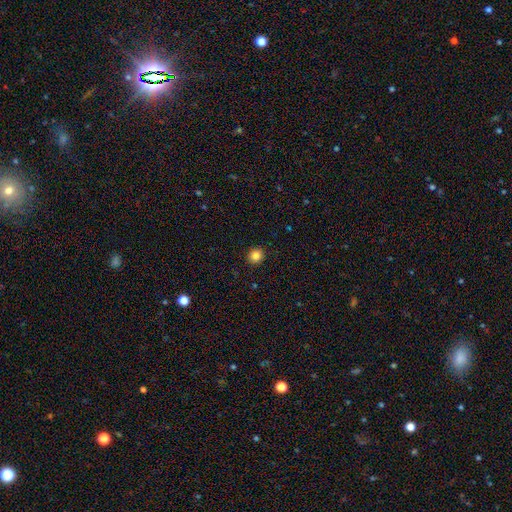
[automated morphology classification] Smooth or featured?
  - smooth: 84% *
  - star or artifact: 11%
  - featured or disk: 5%
How rounded?
  - round: 87% *
  - in between: 12%
  - cigar-shaped: 1%
Merging?
  - none: 92% *
  - minor disturbance: 5%
  - major disturbance: 2%
  - merger: 1%